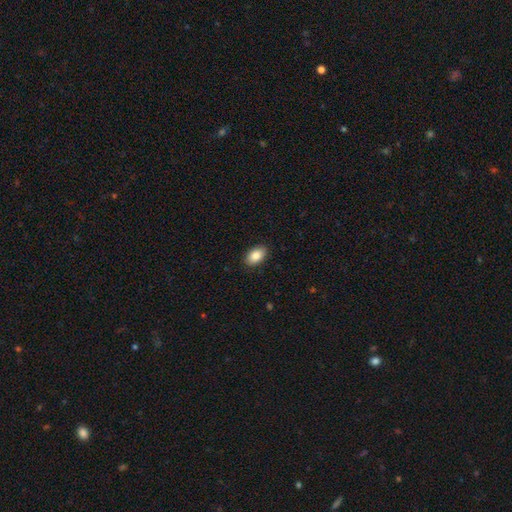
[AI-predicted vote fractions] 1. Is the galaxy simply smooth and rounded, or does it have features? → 86% smooth, 7% star or artifact, 7% featured or disk.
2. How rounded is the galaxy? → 92% in between, 7% round, 1% cigar-shaped.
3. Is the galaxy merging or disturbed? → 89% none, 8% minor disturbance, 2% major disturbance, 1% merger.